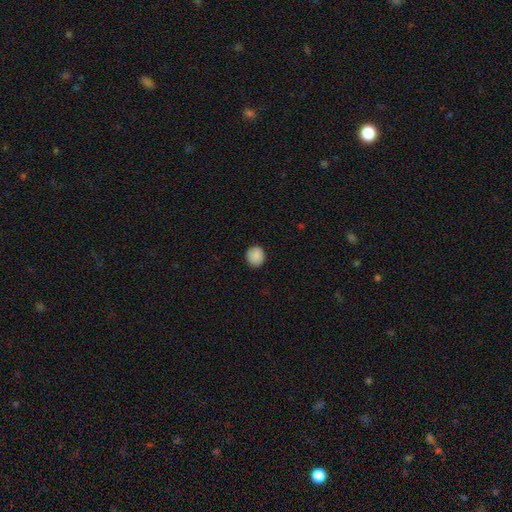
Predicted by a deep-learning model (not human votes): smooth 88%, star or artifact 8%, featured or disk 4%. Down the decision tree: how rounded — round (81%); merging — none (89%).